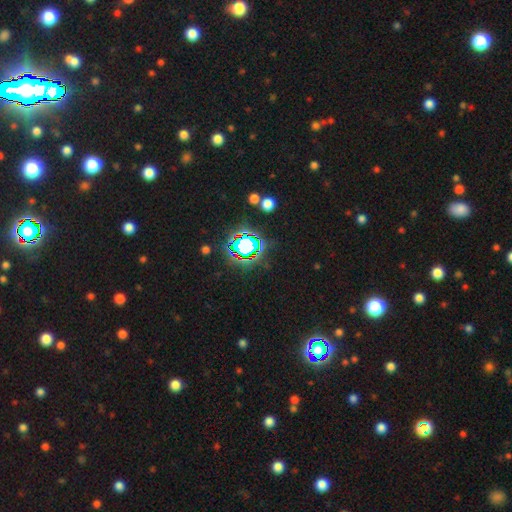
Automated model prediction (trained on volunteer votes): smooth-or-featured: star or artifact: 81% | smooth: 12% | featured or disk: 7%